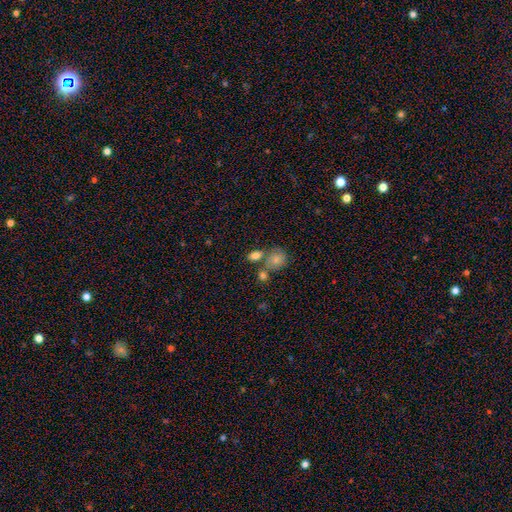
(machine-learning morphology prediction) A smooth galaxy with no disk features (79%) that is in between round and cigar-shaped (75%). Merging: none (54%).